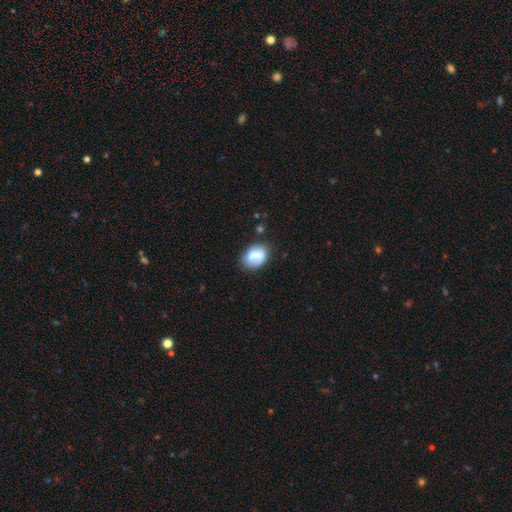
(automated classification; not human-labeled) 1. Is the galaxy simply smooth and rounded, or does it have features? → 70% smooth, 22% featured or disk, 8% star or artifact.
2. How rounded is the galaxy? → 71% in between, 28% round, 1% cigar-shaped.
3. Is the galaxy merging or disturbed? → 60% none, 23% minor disturbance, 9% merger, 8% major disturbance.